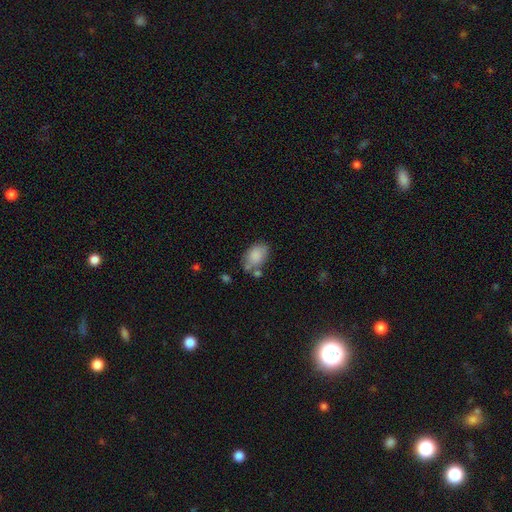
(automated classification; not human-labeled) This appears to be a smooth galaxy with no disk features (84%) that is in between round and cigar-shaped (89%). Merging: none (58%).